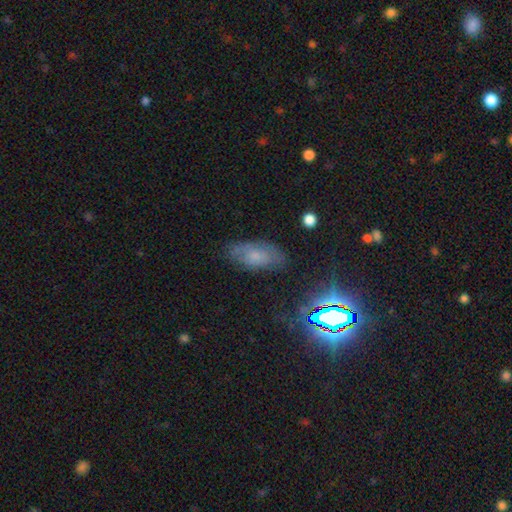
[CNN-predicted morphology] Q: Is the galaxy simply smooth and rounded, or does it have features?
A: smooth — 52%.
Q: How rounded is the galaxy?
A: in between — 88%.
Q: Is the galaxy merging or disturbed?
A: none — 70%.